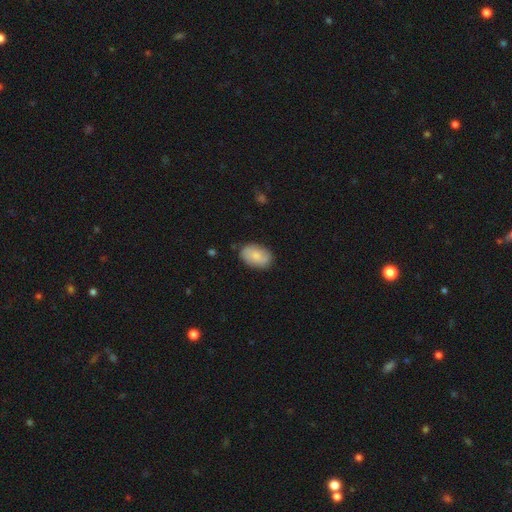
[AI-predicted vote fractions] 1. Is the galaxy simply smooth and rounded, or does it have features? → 77% smooth, 17% featured or disk, 6% star or artifact.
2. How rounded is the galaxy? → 90% in between, 9% round, 1% cigar-shaped.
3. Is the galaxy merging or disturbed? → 83% none, 13% minor disturbance, 3% major disturbance, 1% merger.